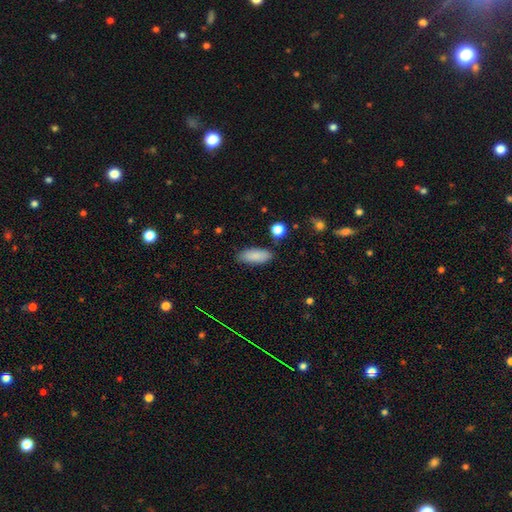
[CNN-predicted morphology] This is clearly a smooth galaxy (87%). How rounded: clearly in between (81%). Merging: clearly none (83%).